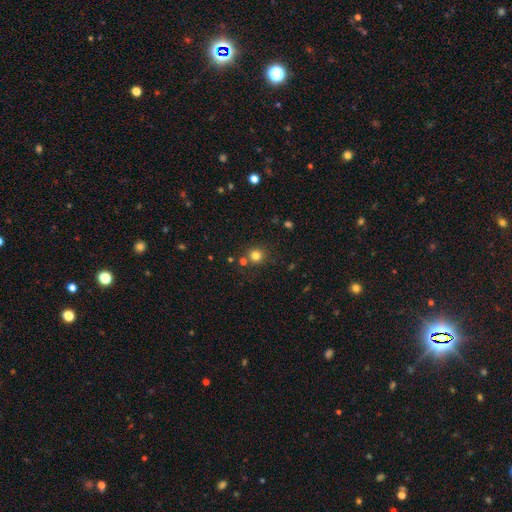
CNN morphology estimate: type=smooth (79%); roundness=round (91%); merging=none (79%).